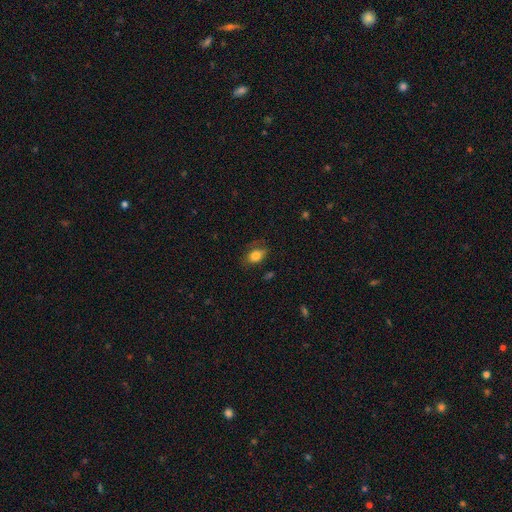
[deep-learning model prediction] Overall: smooth (79%). How rounded: in between (80%). Merging: none (66%).